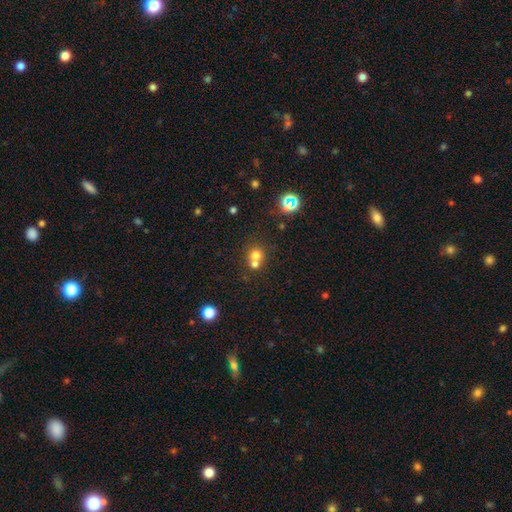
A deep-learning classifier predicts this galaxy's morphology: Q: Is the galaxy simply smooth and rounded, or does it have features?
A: smooth — 69%.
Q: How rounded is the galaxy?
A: round — 87%.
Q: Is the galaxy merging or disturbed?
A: merger — 47%.